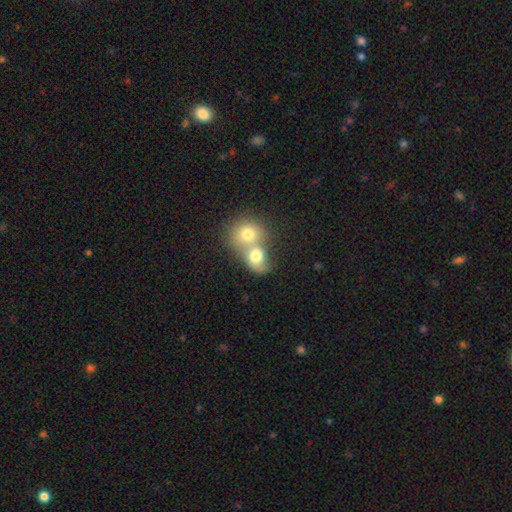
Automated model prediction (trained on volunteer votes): A smooth galaxy with no disk features (72%) that is round (58%). Merging: merger (71%).